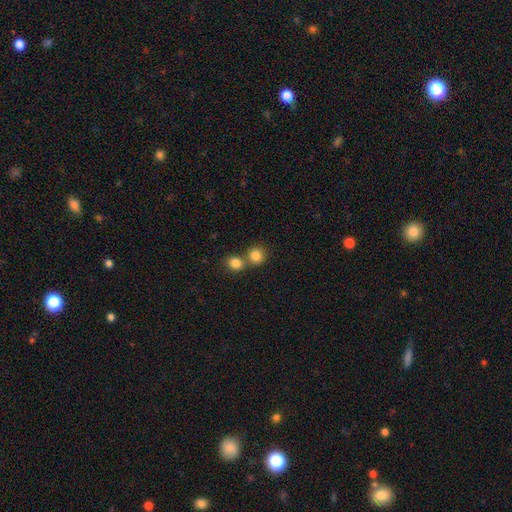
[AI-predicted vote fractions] A smooth galaxy with no disk features (83%) that is round (87%).

Vote fractions:
- Smooth or featured? smooth: 83% / star or artifact: 11% / featured or disk: 6%
- How rounded? round: 87% / in between: 12% / cigar-shaped: 1%
- Merging? none: 53% / merger: 39% / minor disturbance: 6% / major disturbance: 2%